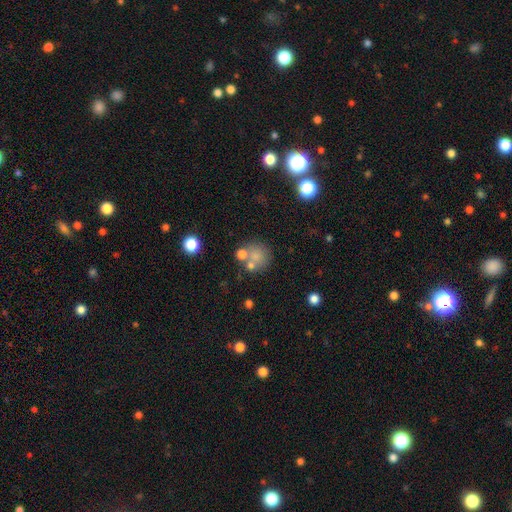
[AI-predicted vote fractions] Smooth or featured?
  - smooth: 70% *
  - featured or disk: 15%
  - star or artifact: 15%
How rounded?
  - round: 87% *
  - in between: 12%
  - cigar-shaped: 1%
Merging?
  - none: 57% *
  - merger: 26%
  - minor disturbance: 11%
  - major disturbance: 6%